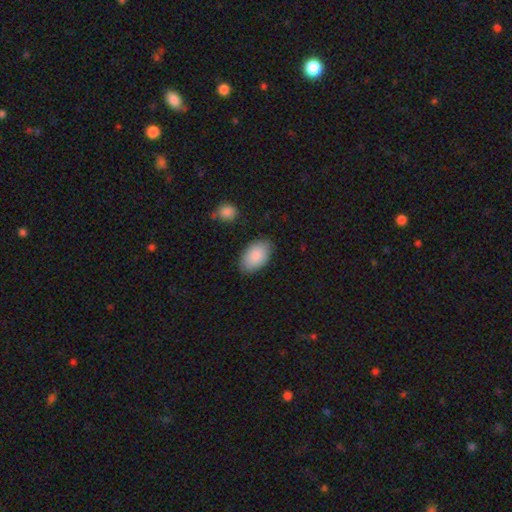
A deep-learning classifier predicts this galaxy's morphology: Smooth or featured: smooth — 89% (featured or disk — 6%)
How rounded: in between — 94% (round — 4%)
Merging: none — 84% (minor disturbance — 12%)